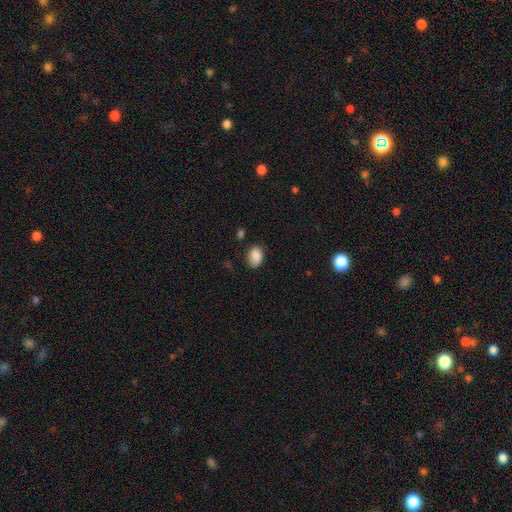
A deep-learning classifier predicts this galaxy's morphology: smooth_or_featured: smooth (p=0.85) [alt: star or artifact p=0.08]
how_rounded: in between (p=0.70) [alt: round p=0.29]
merging: none (p=0.67) [alt: minor disturbance p=0.25]